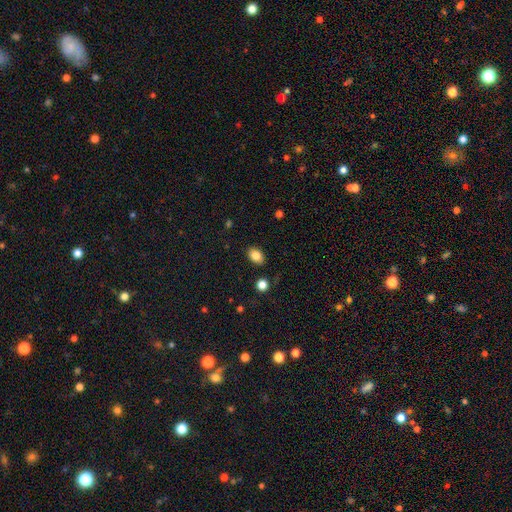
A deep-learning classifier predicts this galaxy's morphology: type=smooth (84%); roundness=in between (83%); merging=none (87%).